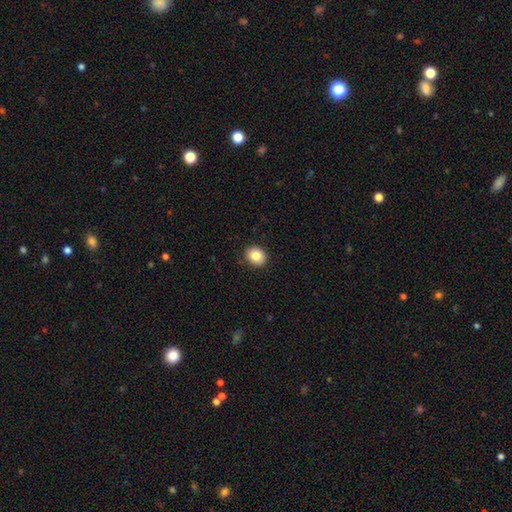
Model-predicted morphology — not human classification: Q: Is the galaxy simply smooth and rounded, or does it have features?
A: smooth — 83%.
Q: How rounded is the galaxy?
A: round — 60%.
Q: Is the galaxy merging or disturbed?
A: none — 90%.